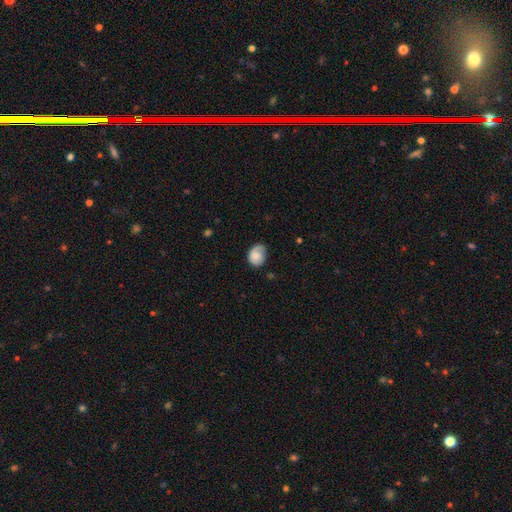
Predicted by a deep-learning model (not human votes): Overall: smooth (59%; featured or disk 34%). How rounded: in between (54%; round 45%). Merging: none (53%; minor disturbance 32%).